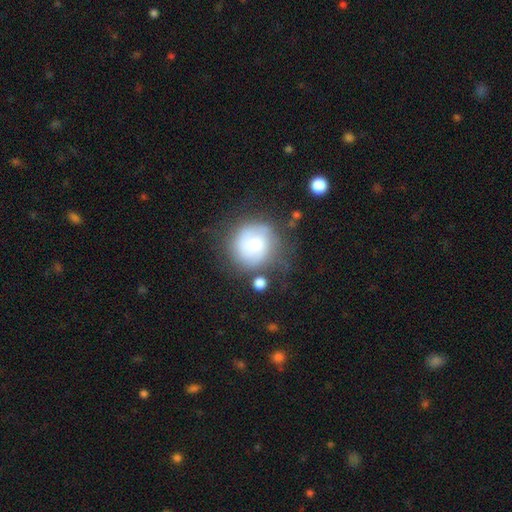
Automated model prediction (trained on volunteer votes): A smooth galaxy with no disk features (56%) that is round (87%).

Vote fractions:
- Smooth or featured? smooth: 56% / featured or disk: 35% / star or artifact: 9%
- How rounded? round: 87% / in between: 12% / cigar-shaped: 1%
- Merging? none: 55% / minor disturbance: 24% / major disturbance: 14% / merger: 8%